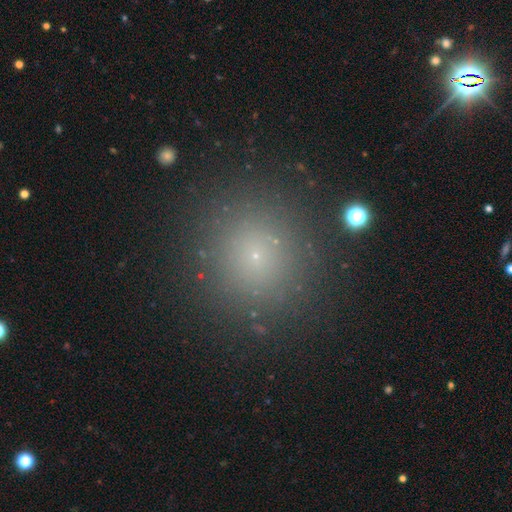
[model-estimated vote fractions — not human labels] Smooth or featured? smooth (67%)
How rounded? round (93%)
Merging? none (88%)